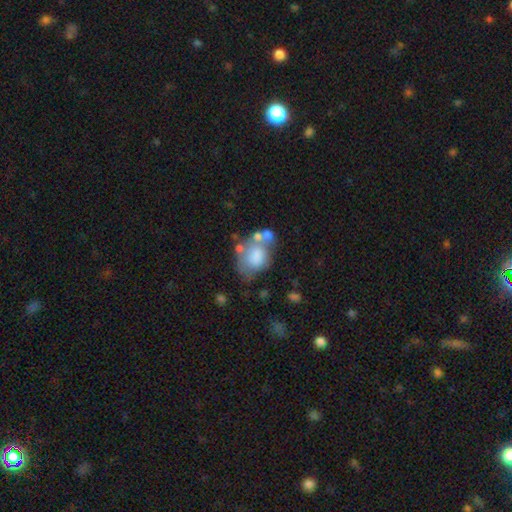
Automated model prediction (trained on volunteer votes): Morphology: type=smooth (64%); roundness=in between (65%); merging=none (32%).